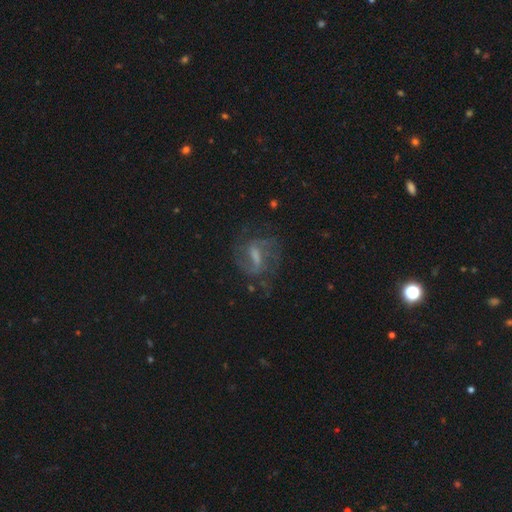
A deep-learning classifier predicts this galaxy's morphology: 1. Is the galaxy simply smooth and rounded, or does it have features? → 79% featured or disk, 13% smooth, 9% star or artifact.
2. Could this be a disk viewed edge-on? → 95% no, 5% yes.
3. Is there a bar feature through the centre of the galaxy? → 45% strong, 44% weak, 12% no.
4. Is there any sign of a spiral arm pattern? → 92% yes, 8% no.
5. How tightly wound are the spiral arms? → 51% medium, 28% loose, 21% tight.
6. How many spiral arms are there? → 74% 2, 12% can't tell, 6% 3, 4% 1, 2% 4, 2% more than 4.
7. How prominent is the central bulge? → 32% none, 29% moderate, 29% small, 9% large, 1% dominant.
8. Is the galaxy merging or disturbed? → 65% none, 18% minor disturbance, 15% major disturbance, 2% merger.